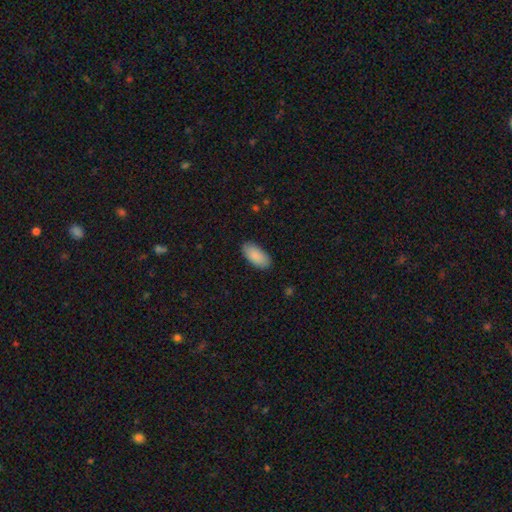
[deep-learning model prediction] Smooth or featured: smooth — 90% (star or artifact — 6%)
How rounded: in between — 93% (cigar-shaped — 6%)
Merging: none — 87% (minor disturbance — 10%)